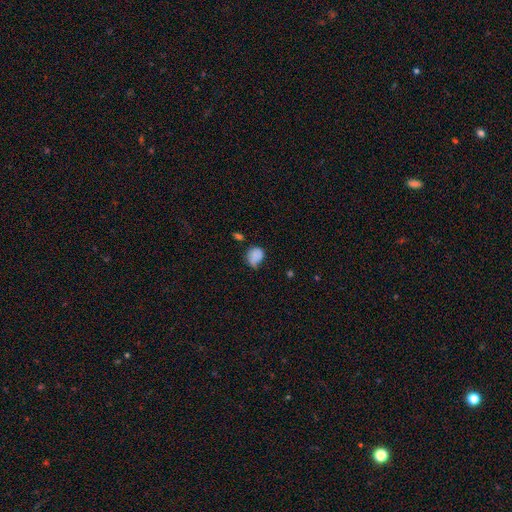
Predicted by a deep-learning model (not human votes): Smooth or featured? smooth (81%)
How rounded? round (51%)
Merging? minor disturbance (42%)